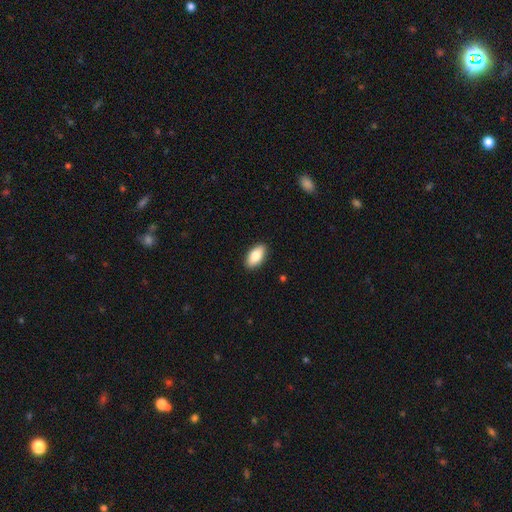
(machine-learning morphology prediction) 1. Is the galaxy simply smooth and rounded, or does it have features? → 81% smooth, 13% featured or disk, 6% star or artifact.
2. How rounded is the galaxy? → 92% in between, 5% cigar-shaped, 3% round.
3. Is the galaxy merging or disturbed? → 90% none, 7% minor disturbance, 2% major disturbance, 1% merger.